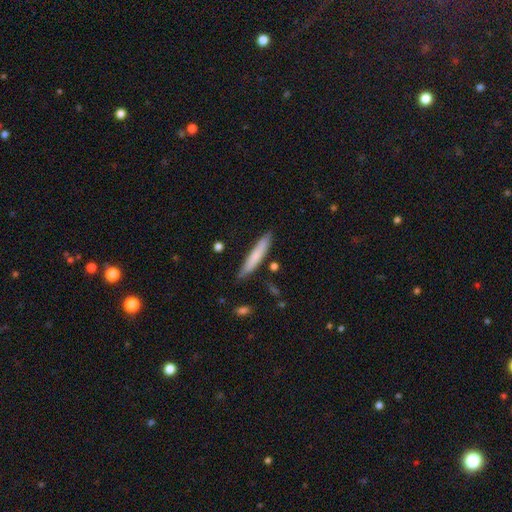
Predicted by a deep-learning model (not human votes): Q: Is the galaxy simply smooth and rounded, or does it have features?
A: smooth — 73%.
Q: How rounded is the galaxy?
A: cigar-shaped — 92%.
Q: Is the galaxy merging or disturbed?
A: none — 82%.